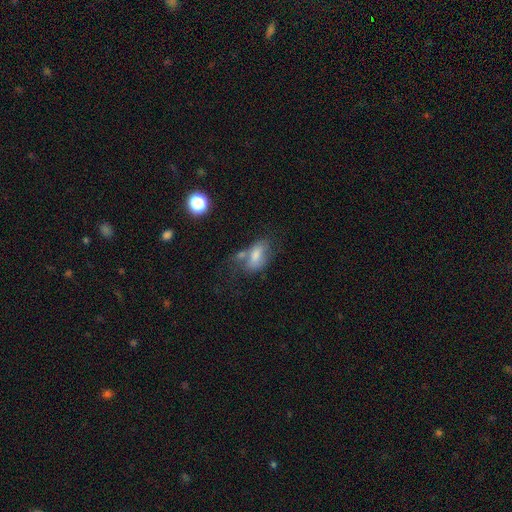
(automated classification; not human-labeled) Smooth or featured?
  - smooth: 68% *
  - featured or disk: 23%
  - star or artifact: 9%
How rounded?
  - in between: 90% *
  - round: 6%
  - cigar-shaped: 4%
Merging?
  - none: 36% *
  - merger: 24%
  - minor disturbance: 23%
  - major disturbance: 17%